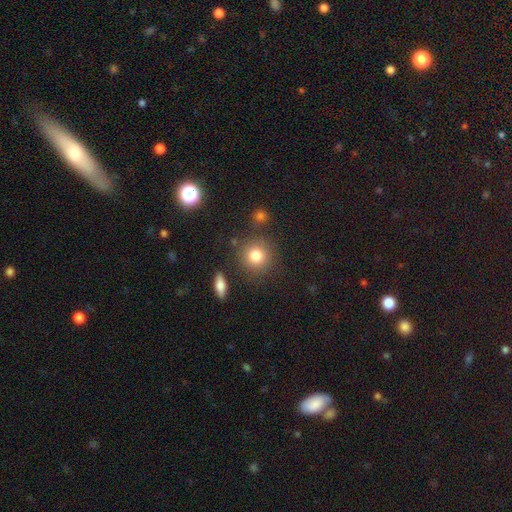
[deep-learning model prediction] smooth_or_featured: smooth (p=0.82) [alt: star or artifact p=0.10]
how_rounded: round (p=0.89) [alt: in between p=0.10]
merging: none (p=0.82) [alt: minor disturbance p=0.09]